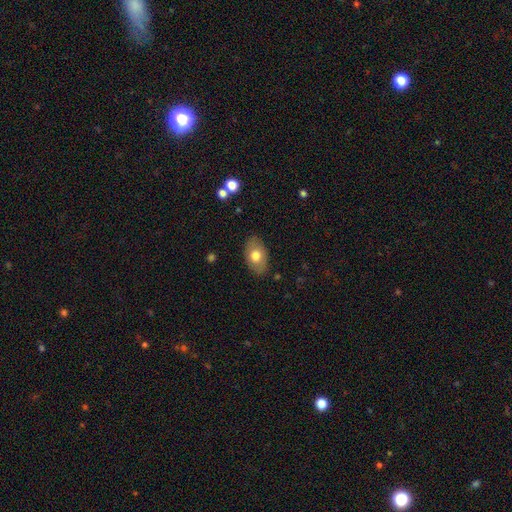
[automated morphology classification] The model was most divided on "smooth or featured": smooth: 70%, featured or disk: 24%, star or artifact: 7%. More confident: how rounded — in between (89%); merging — none (85%).